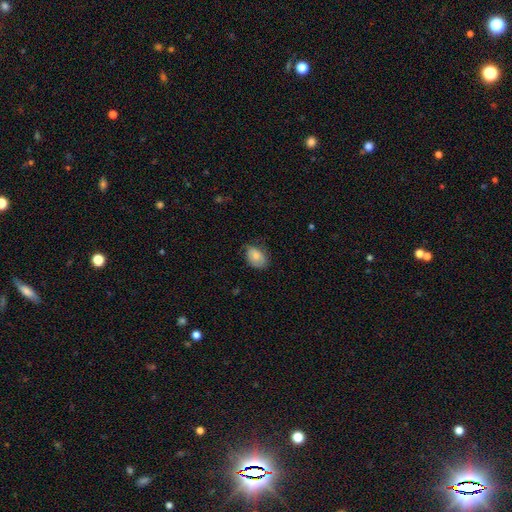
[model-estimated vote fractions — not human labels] A smooth galaxy with no disk features (81%) that is in between round and cigar-shaped (84%). Merging: none (62%).